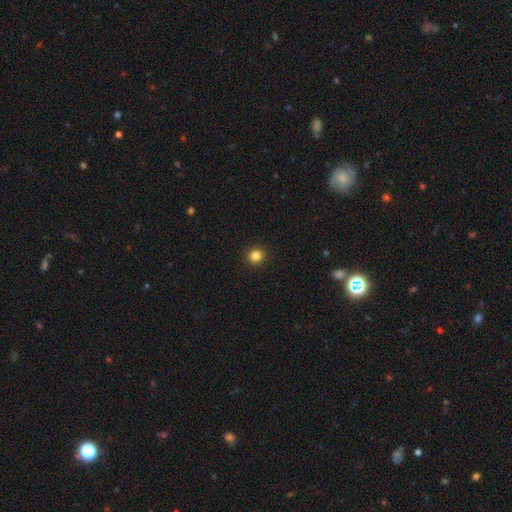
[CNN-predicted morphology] Smooth or featured?
  - smooth: 84% *
  - star or artifact: 12%
  - featured or disk: 4%
How rounded?
  - round: 93% *
  - in between: 6%
  - cigar-shaped: 1%
Merging?
  - none: 93% *
  - minor disturbance: 5%
  - major disturbance: 2%
  - merger: 1%